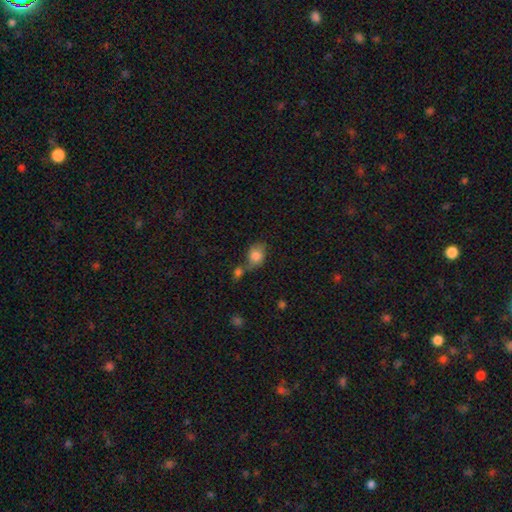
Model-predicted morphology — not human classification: The model was most divided on "merging": none: 40%, merger: 38%, minor disturbance: 16%, major disturbance: 7%. More confident: smooth or featured — smooth (81%); how rounded — in between (54%).